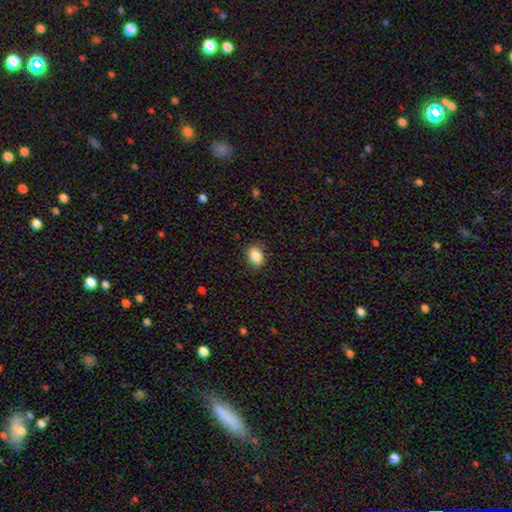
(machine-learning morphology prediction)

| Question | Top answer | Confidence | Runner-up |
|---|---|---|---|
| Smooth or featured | smooth | 87% | star or artifact (8%) |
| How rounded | in between | 73% | round (25%) |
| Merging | none | 85% | minor disturbance (12%) |